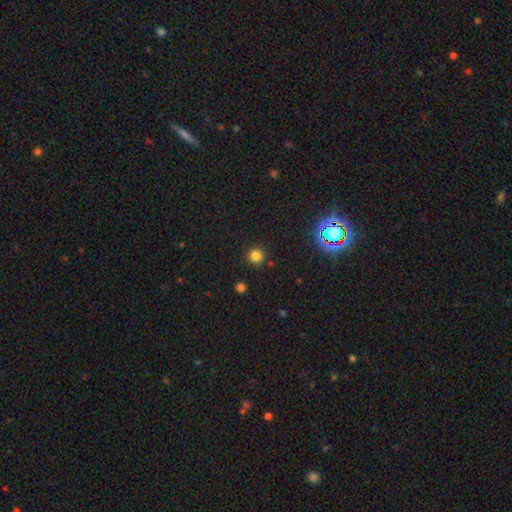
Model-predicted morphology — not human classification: A smooth galaxy with no disk features (78%) that is round (95%).

Vote fractions:
- Smooth or featured? smooth: 78% / star or artifact: 17% / featured or disk: 5%
- How rounded? round: 95% / in between: 4% / cigar-shaped: 1%
- Merging? none: 89% / minor disturbance: 6% / major disturbance: 2% / merger: 2%